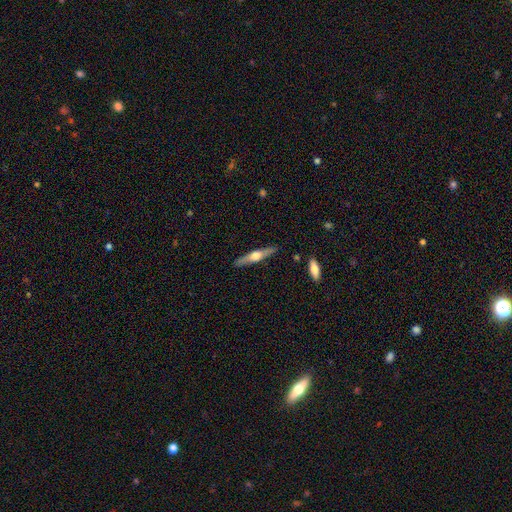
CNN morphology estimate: This is likely a featured or disk galaxy (65%). It is clearly viewed edge-on (96%). Edge-on bulge: clearly rounded (93%). Merging: clearly none (89%).